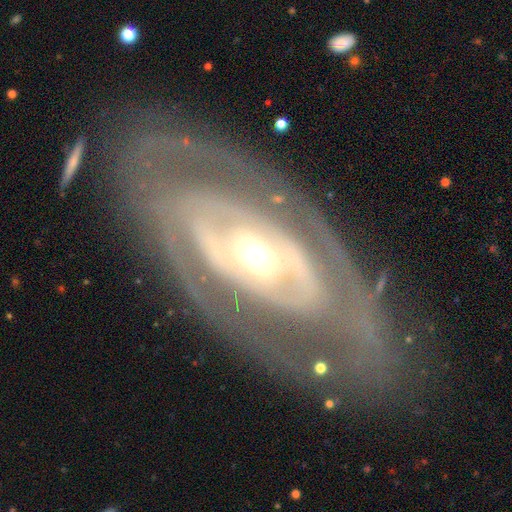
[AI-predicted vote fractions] Smooth or featured? Predicted: featured or disk (p=0.86). Edge-on disk? Predicted: no (p=0.93). Bar? Predicted: strong (p=0.35). Spiral arms? Predicted: yes (p=0.80). Spiral winding? Predicted: tight (p=0.55). Spiral arm count? Predicted: 2 (p=0.51). Bulge size? Predicted: moderate (p=0.63). Merging? Predicted: none (p=0.67).